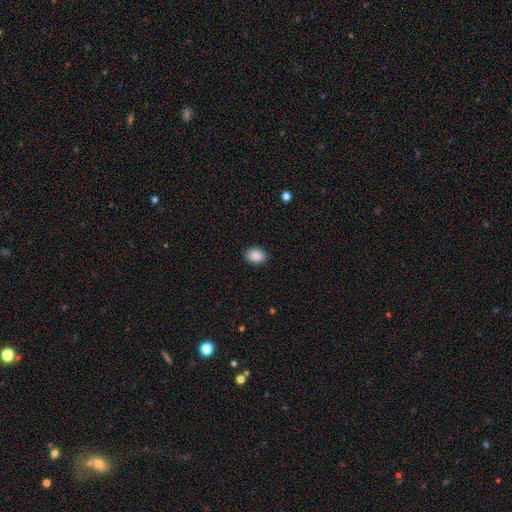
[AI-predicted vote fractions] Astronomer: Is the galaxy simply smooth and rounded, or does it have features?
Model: smooth — 89%.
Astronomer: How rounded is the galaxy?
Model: in between — 73%.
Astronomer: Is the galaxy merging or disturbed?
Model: none — 89%.